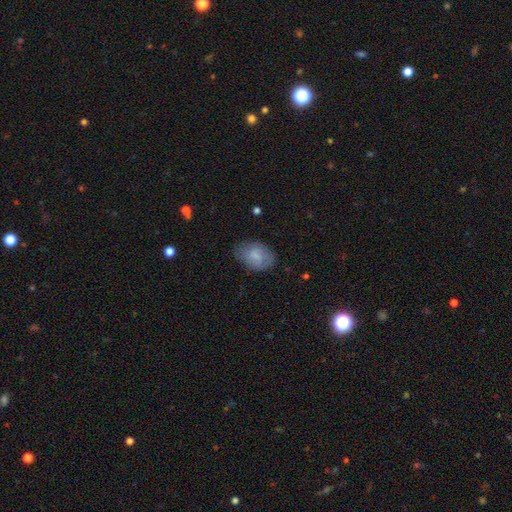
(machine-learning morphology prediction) smooth_or_featured: smooth (p=0.71) [alt: featured or disk p=0.21]
how_rounded: in between (p=0.82) [alt: round p=0.17]
merging: none (p=0.62) [alt: minor disturbance p=0.27]